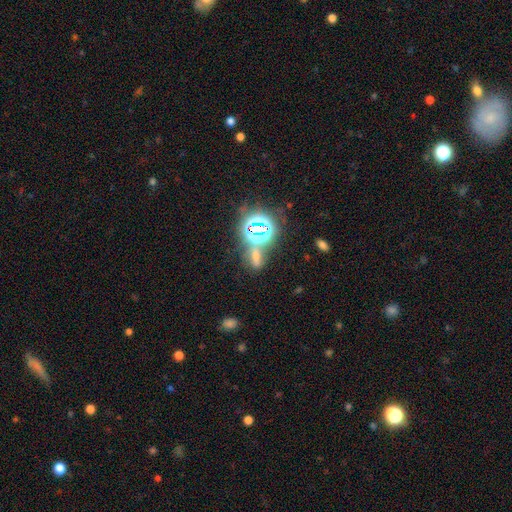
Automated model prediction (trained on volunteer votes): Overall: star or artifact (53%; smooth 35%).